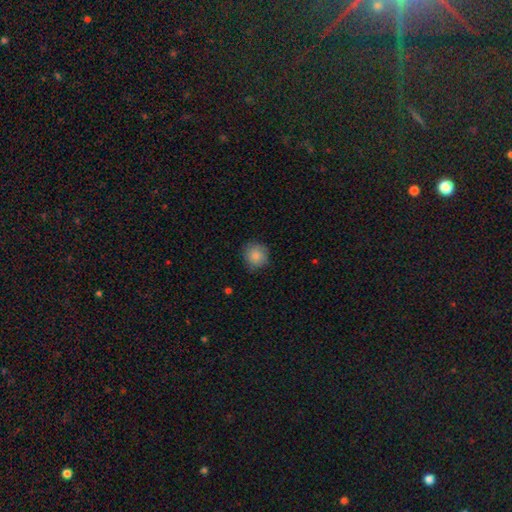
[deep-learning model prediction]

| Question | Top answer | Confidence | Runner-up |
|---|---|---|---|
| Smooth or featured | smooth | 87% | star or artifact (9%) |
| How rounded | round | 90% | in between (9%) |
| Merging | none | 83% | minor disturbance (13%) |